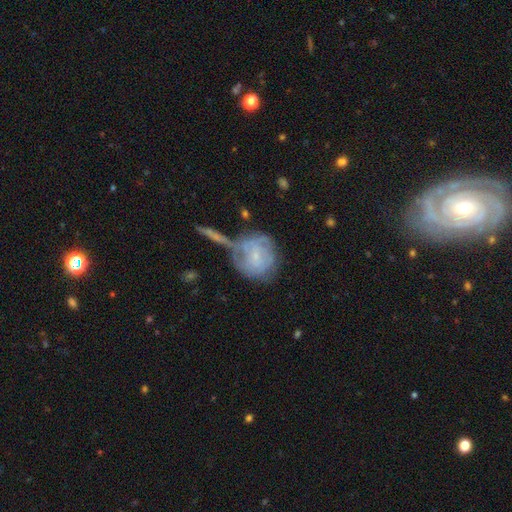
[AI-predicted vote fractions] The model was most divided on "merging": none: 39%, merger: 28%, minor disturbance: 18%, major disturbance: 15%. More confident: edge-on disk — no (95%); spiral arms — yes (76%); bulge size — small (71%); bar — no (61%); smooth or featured — featured or disk (60%).